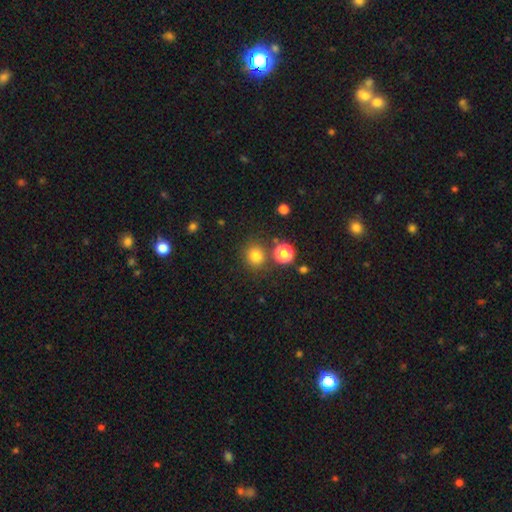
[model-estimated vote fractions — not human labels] smooth 80%, star or artifact 15%, featured or disk 6%. Down the decision tree: how rounded — round (88%); merging — none (80%).